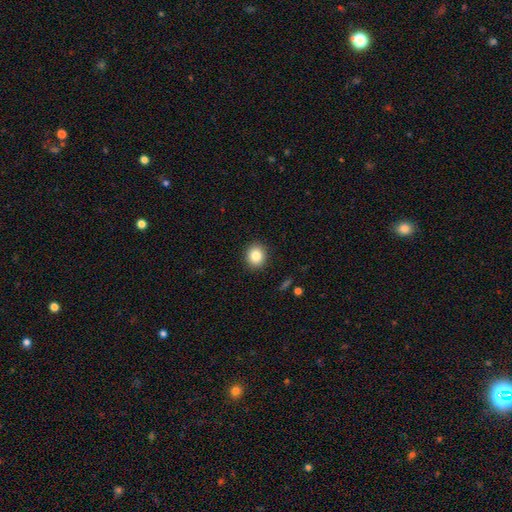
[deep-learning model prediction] Smooth or featured: smooth — 84% (star or artifact — 10%)
How rounded: round — 78% (in between — 21%)
Merging: none — 91% (minor disturbance — 6%)